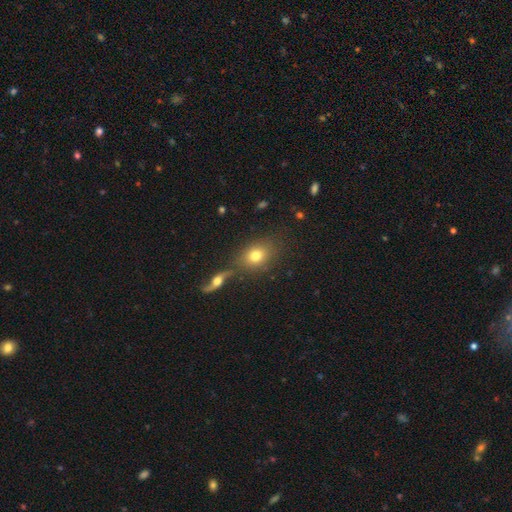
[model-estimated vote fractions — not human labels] A smooth galaxy with no disk features (74%) that is in between round and cigar-shaped (57%).

Vote fractions:
- Smooth or featured? smooth: 74% / featured or disk: 16% / star or artifact: 11%
- How rounded? in between: 57% / round: 41% / cigar-shaped: 2%
- Merging? none: 66% / merger: 17% / minor disturbance: 12% / major disturbance: 5%